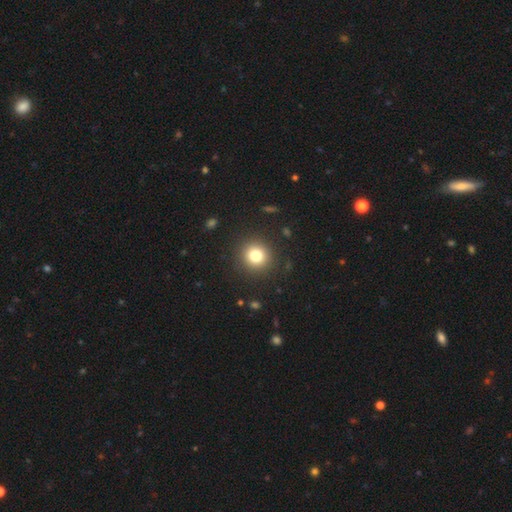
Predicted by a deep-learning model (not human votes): Smooth or featured? Predicted: smooth (p=0.80). How rounded? Predicted: round (p=0.92). Merging? Predicted: none (p=0.91).